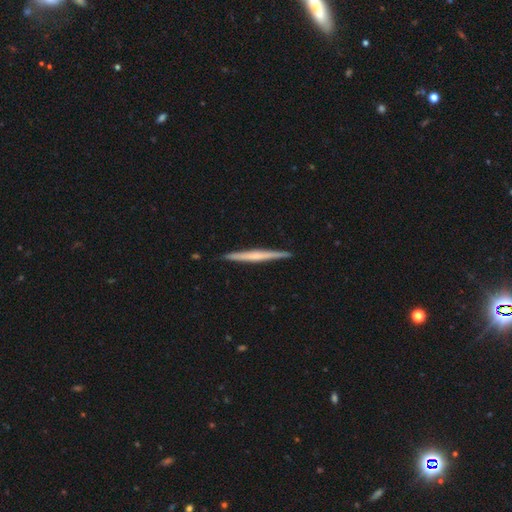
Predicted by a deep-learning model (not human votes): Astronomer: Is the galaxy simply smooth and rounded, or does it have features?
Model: featured or disk — 62%.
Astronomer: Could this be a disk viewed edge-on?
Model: yes — 98%.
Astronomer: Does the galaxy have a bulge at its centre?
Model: none — 51% (runner-up: rounded, 38%).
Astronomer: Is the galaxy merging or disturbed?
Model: none — 92%.